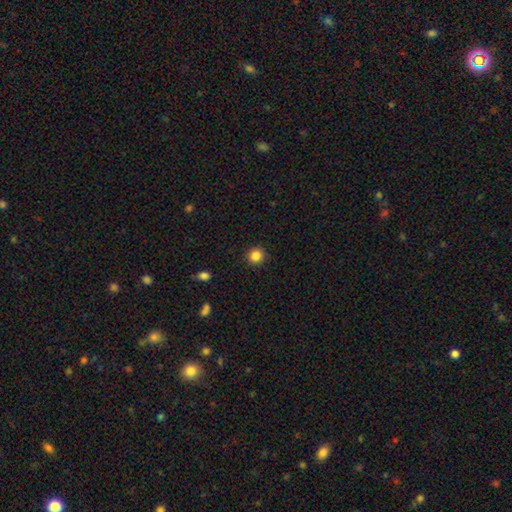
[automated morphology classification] The model was most divided on "smooth or featured": smooth: 85%, star or artifact: 11%, featured or disk: 4%. More confident: how rounded — round (93%); merging — none (92%).